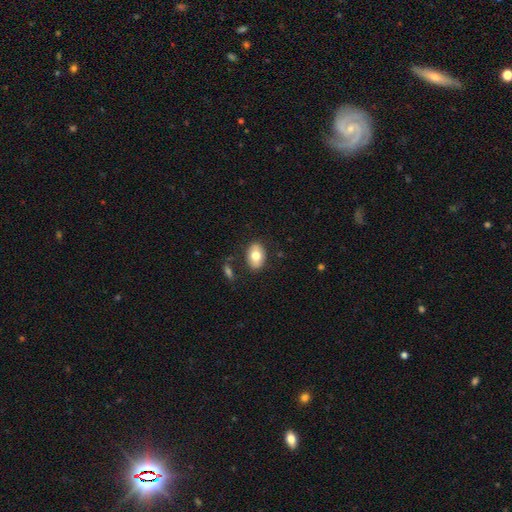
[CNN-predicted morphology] A smooth galaxy with no disk features (75%) that is in between round and cigar-shaped (87%). Merging: none (81%).